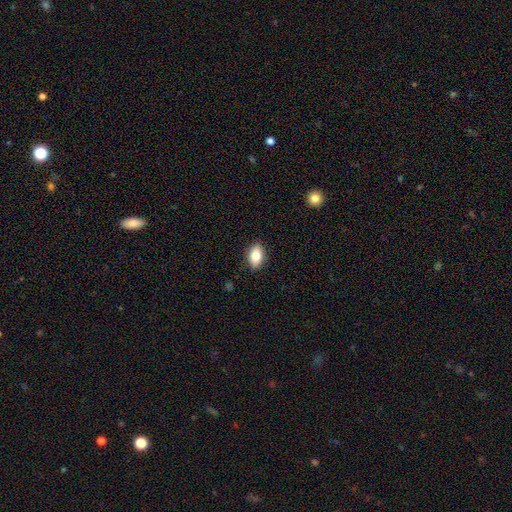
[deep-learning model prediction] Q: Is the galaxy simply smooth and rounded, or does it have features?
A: smooth — 81%.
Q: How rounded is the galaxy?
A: in between — 88%.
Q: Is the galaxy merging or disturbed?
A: none — 87%.